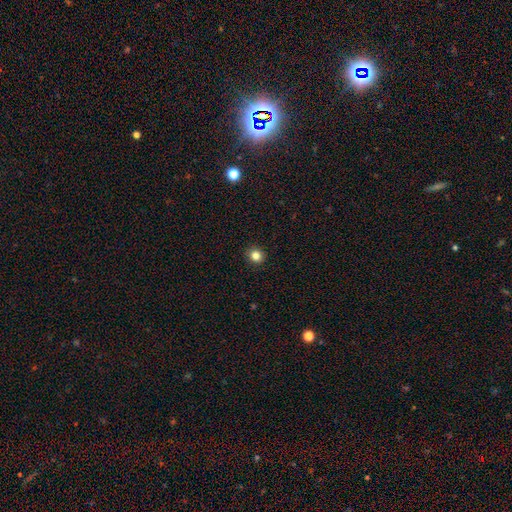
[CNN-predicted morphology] This appears to be a smooth galaxy with no disk features (82%) that is round (89%). Merging: none (92%).